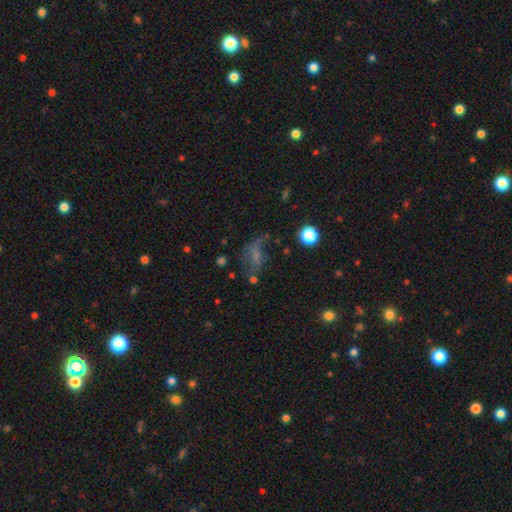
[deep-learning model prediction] Smooth or featured? Predicted: featured or disk (p=0.38). Merging? Predicted: none (p=0.41).